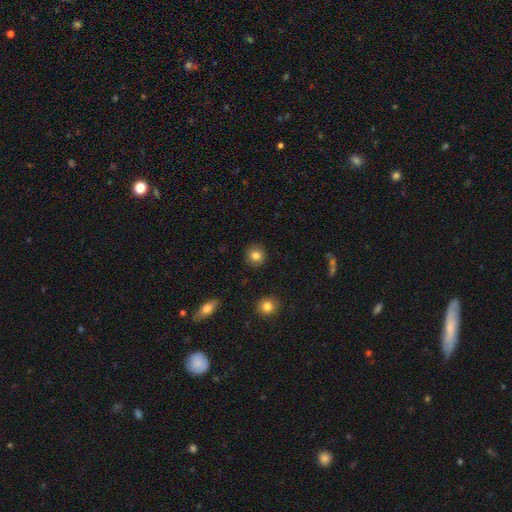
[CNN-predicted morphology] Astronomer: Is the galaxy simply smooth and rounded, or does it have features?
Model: smooth — 83%.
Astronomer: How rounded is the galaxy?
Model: round — 90%.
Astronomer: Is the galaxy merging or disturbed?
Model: none — 91%.